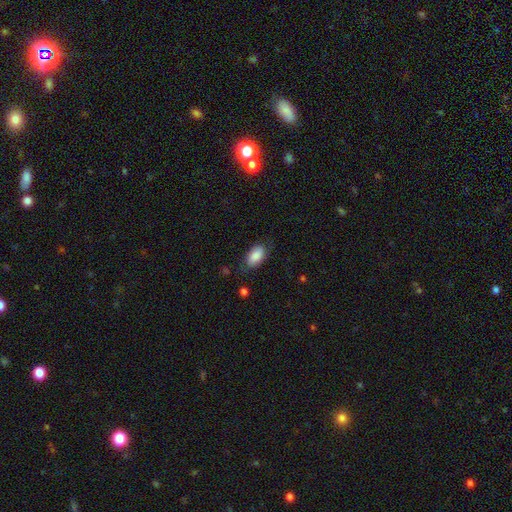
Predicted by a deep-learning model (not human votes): Smooth or featured?
  - smooth: 86% *
  - featured or disk: 8%
  - star or artifact: 7%
How rounded?
  - in between: 93% *
  - round: 5%
  - cigar-shaped: 2%
Merging?
  - none: 71% *
  - minor disturbance: 21%
  - major disturbance: 6%
  - merger: 1%